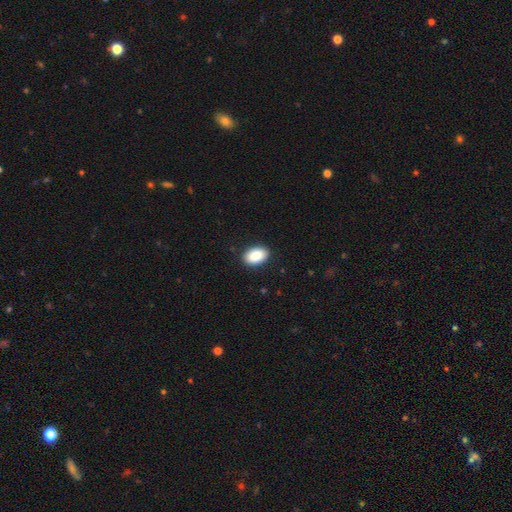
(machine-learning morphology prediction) smooth-or-featured: smooth: 90% | star or artifact: 7% | featured or disk: 3%
  how-rounded: in between: 89% | round: 9% | cigar-shaped: 1%
  merging: none: 89% | minor disturbance: 8% | major disturbance: 2% | merger: 1%